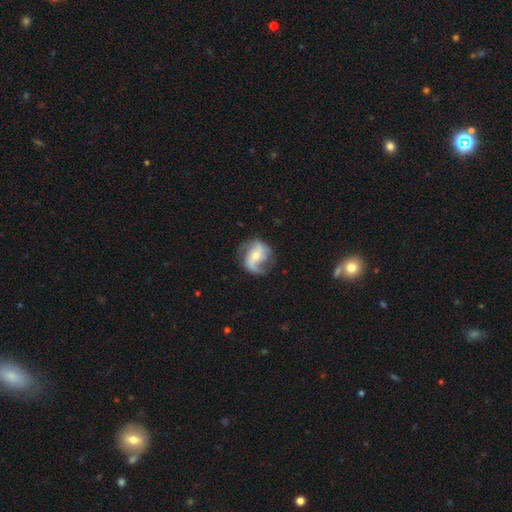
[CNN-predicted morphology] Smooth or featured? featured or disk (82%)
Edge-on disk? no (97%)
Bar? no (45%)
Spiral arms? yes (95%)
Spiral winding? loose (46%)
Spiral arm count? 2 (81%)
Bulge size? moderate (51%)
Merging? none (73%)